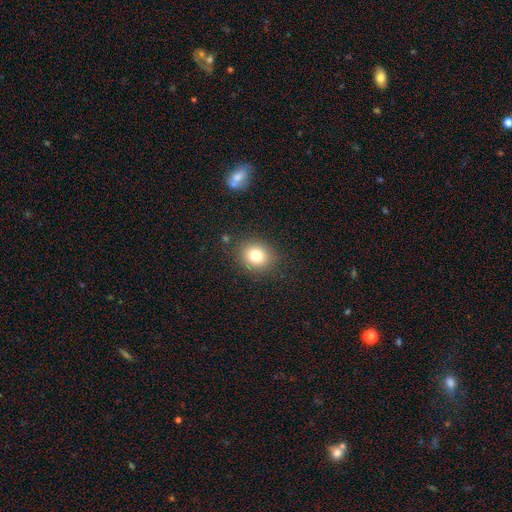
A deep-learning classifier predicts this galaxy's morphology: Smooth or featured?
  - smooth: 79% *
  - star or artifact: 12%
  - featured or disk: 9%
How rounded?
  - round: 71% *
  - in between: 28%
  - cigar-shaped: 1%
Merging?
  - none: 86% *
  - minor disturbance: 9%
  - major disturbance: 3%
  - merger: 2%